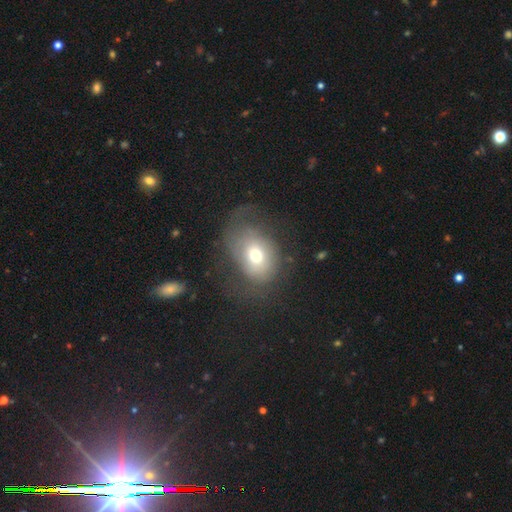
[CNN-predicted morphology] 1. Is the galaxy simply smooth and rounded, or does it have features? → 62% smooth, 27% featured or disk, 11% star or artifact.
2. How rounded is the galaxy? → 59% in between, 40% round, 1% cigar-shaped.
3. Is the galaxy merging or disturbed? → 43% none, 32% major disturbance, 23% minor disturbance, 2% merger.